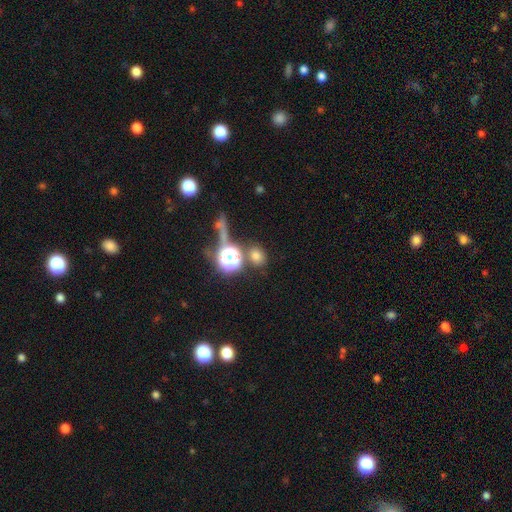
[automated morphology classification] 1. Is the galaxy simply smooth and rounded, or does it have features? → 69% smooth, 22% star or artifact, 9% featured or disk.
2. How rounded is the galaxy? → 66% round, 32% in between, 2% cigar-shaped.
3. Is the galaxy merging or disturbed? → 73% none, 12% merger, 9% minor disturbance, 6% major disturbance.